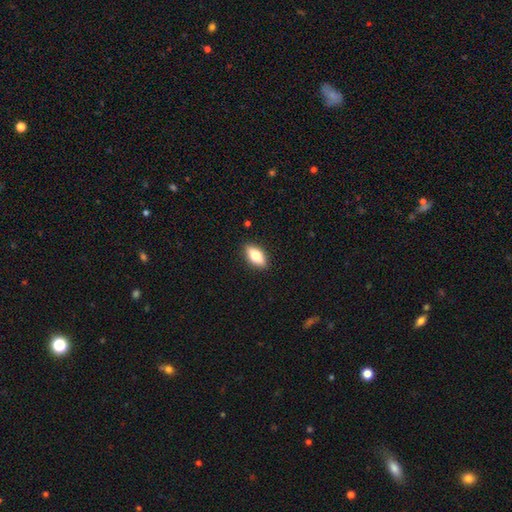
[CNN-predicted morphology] Smooth or featured: smooth — 73% (featured or disk — 20%)
How rounded: in between — 85% (cigar-shaped — 11%)
Merging: none — 89% (minor disturbance — 8%)